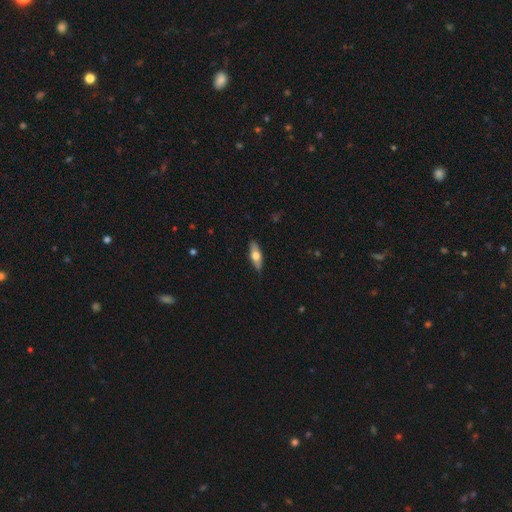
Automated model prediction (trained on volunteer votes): A smooth galaxy with no disk features (57%) that is in between round and cigar-shaped (60%).

Vote fractions:
- Smooth or featured? smooth: 57% / featured or disk: 37% / star or artifact: 6%
- How rounded? in between: 60% / cigar-shaped: 37% / round: 3%
- Merging? none: 87% / minor disturbance: 10% / major disturbance: 2% / merger: 1%